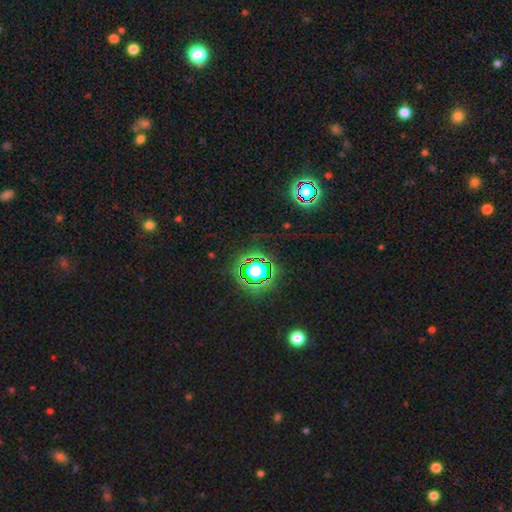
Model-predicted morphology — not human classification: Smooth or featured: star or artifact — 80% (smooth — 13%)